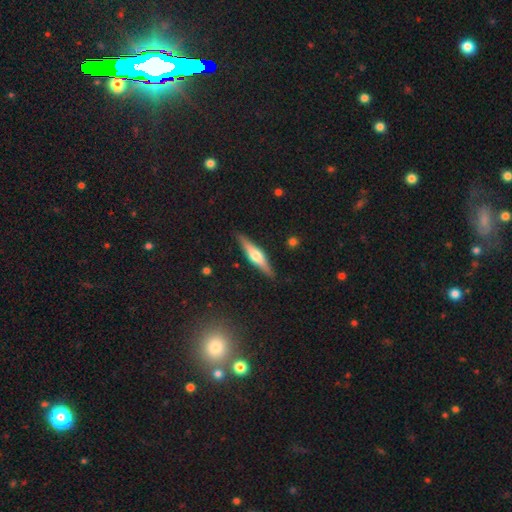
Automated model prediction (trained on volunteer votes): Q: Smooth or featured?
A: featured or disk (65%); runner-up: smooth (29%)
Q: Edge-on disk?
A: yes (96%); runner-up: no (4%)
Q: Edge-on bulge?
A: rounded (90%); runner-up: boxy (7%)
Q: Merging?
A: none (89%); runner-up: minor disturbance (8%)